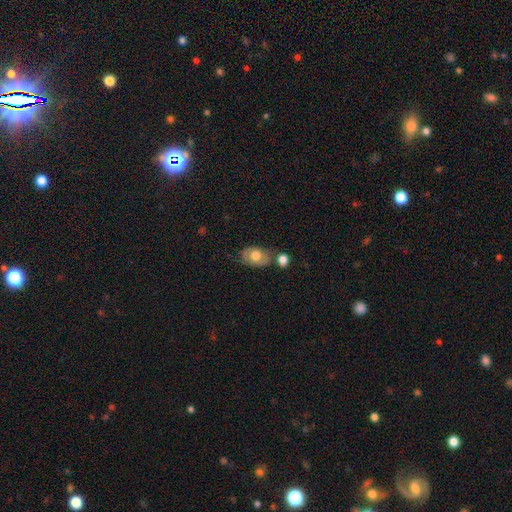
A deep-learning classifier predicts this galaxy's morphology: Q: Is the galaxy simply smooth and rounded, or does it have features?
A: smooth — 61%.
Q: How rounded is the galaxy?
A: in between — 83%.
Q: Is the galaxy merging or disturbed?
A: none — 59%.